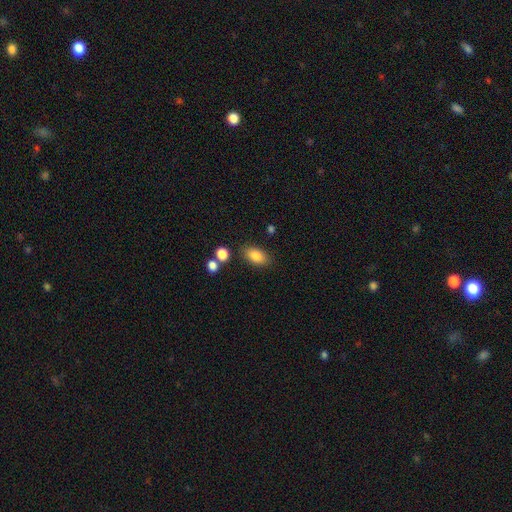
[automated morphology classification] smooth 84%, star or artifact 8%, featured or disk 7%. Down the decision tree: how rounded — in between (89%); merging — none (81%).